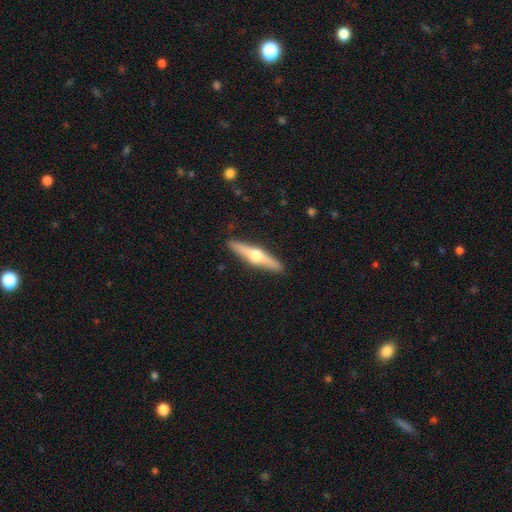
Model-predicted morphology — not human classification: A featured or disk galaxy (66%) viewed edge-on (96%) with a rounded central bulge (96%). Merging: none (91%).